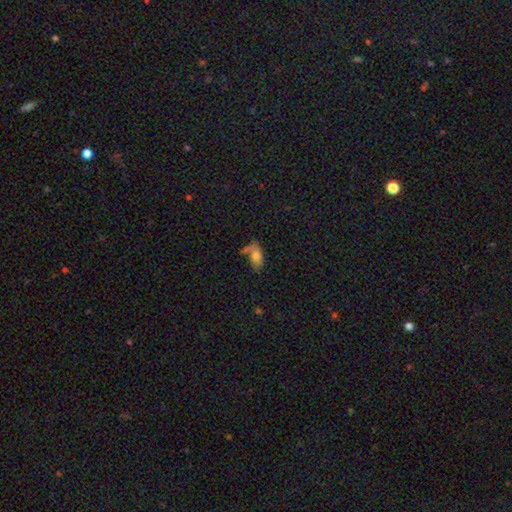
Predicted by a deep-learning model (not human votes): Overall: smooth (69%). How rounded: in between (89%). Merging: none (43%; merger 22%).